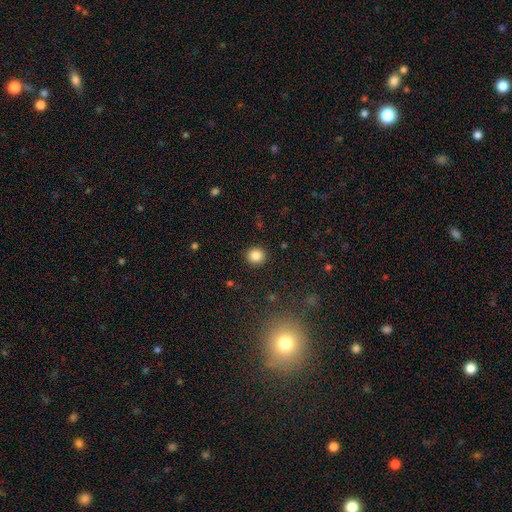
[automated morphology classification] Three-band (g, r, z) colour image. It shows a smooth galaxy with no disk features (85%) that is round (89%). Merging: none (92%).